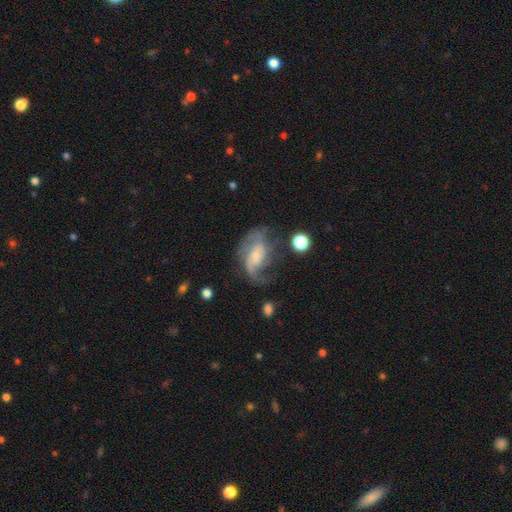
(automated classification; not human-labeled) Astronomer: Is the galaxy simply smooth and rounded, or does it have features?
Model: featured or disk — 80%.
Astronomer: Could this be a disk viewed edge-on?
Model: no — 97%.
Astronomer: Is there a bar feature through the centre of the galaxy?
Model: no — 51% (runner-up: weak, 38%).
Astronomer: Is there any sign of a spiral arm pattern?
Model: yes — 92%.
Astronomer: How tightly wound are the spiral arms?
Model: medium — 44% (runner-up: loose, 39%).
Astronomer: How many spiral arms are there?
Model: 2 — 53%.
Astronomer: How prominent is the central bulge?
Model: small — 68%.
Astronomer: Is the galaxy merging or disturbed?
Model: none — 44% (runner-up: major disturbance, 31%).